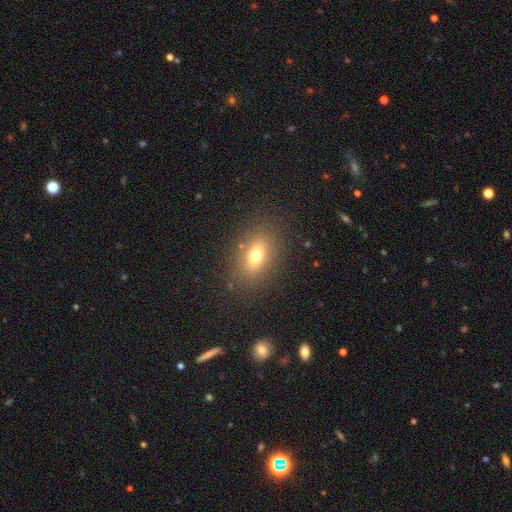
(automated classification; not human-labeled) smooth-or-featured: smooth: 71% | featured or disk: 16% | star or artifact: 13%
  how-rounded: in between: 78% | round: 18% | cigar-shaped: 4%
  merging: none: 84% | minor disturbance: 10% | major disturbance: 5% | merger: 2%